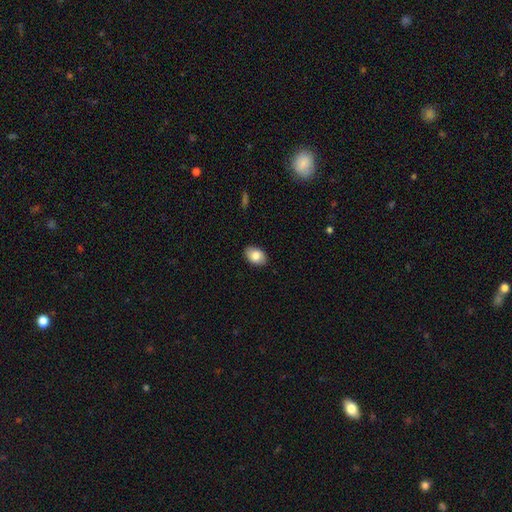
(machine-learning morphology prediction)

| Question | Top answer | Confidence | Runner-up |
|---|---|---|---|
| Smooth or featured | smooth | 84% | featured or disk (9%) |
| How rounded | in between | 87% | round (12%) |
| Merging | none | 89% | minor disturbance (9%) |